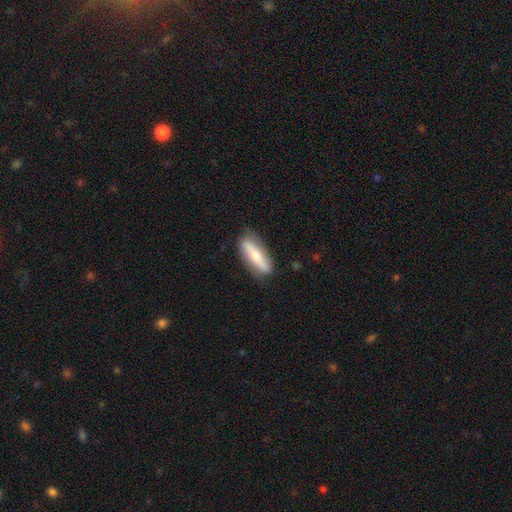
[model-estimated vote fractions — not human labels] Smooth or featured?
  - smooth: 61% *
  - featured or disk: 33%
  - star or artifact: 6%
How rounded?
  - cigar-shaped: 53% *
  - in between: 44%
  - round: 2%
Merging?
  - none: 80% *
  - minor disturbance: 15%
  - major disturbance: 3%
  - merger: 1%